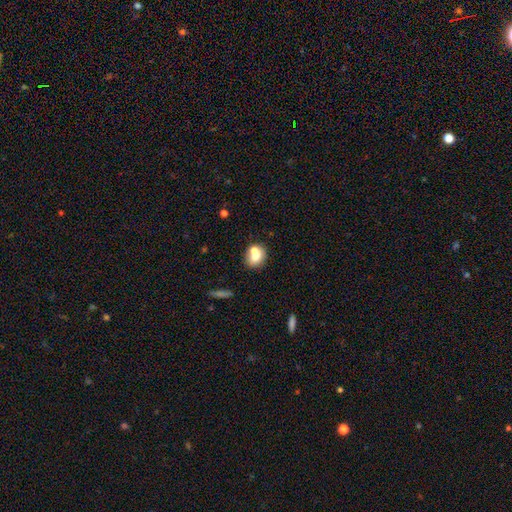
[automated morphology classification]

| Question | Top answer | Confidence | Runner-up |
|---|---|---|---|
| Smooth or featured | smooth | 70% | featured or disk (20%) |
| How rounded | round | 62% | in between (37%) |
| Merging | none | 47% | merger (38%) |